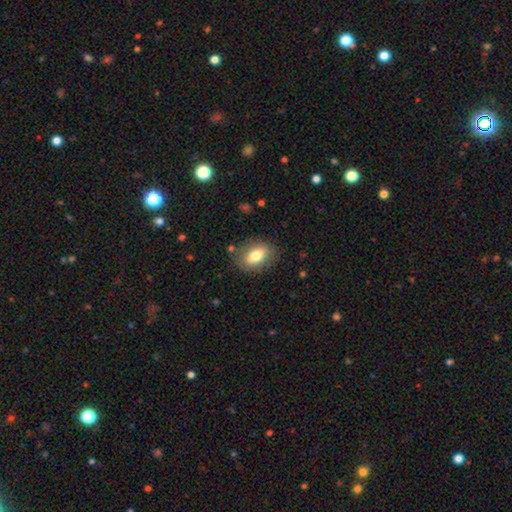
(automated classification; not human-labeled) Smooth or featured? smooth (73%)
How rounded? in between (78%)
Merging? none (82%)